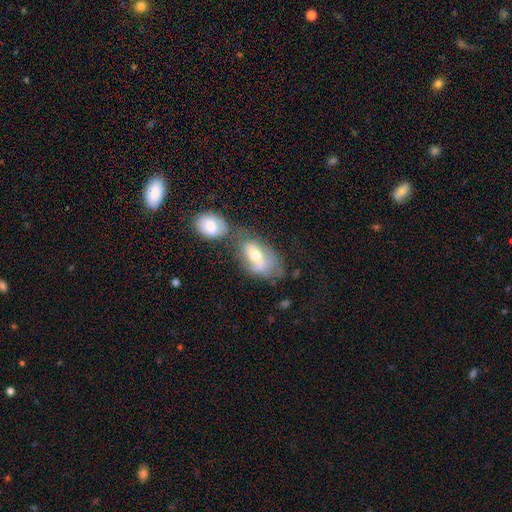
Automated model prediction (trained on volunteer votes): The model was most divided on "smooth or featured": smooth: 51%, featured or disk: 41%, star or artifact: 8%. Remaining: how rounded — in between (90%); merging — merger (40%).